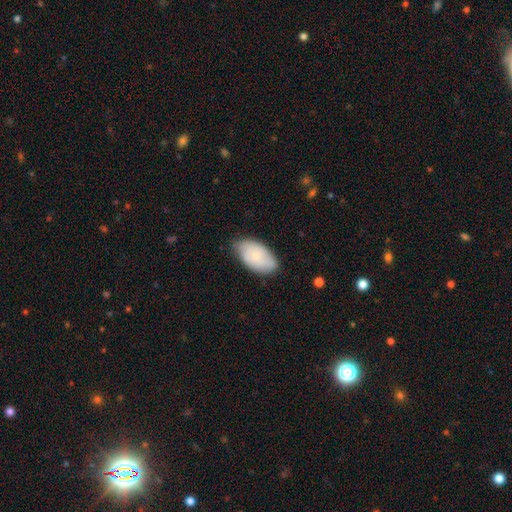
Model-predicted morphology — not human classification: type=smooth (68%); roundness=in between (94%); merging=none (69%).